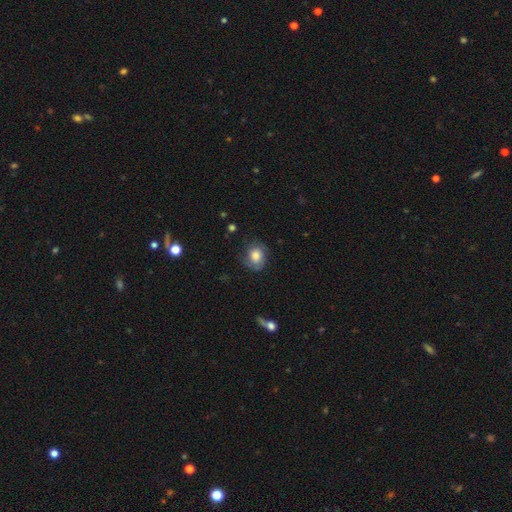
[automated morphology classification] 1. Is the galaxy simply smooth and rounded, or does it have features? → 64% smooth, 28% featured or disk, 8% star or artifact.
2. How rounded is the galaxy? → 62% round, 37% in between, 1% cigar-shaped.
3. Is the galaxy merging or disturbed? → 69% none, 21% minor disturbance, 8% major disturbance, 1% merger.